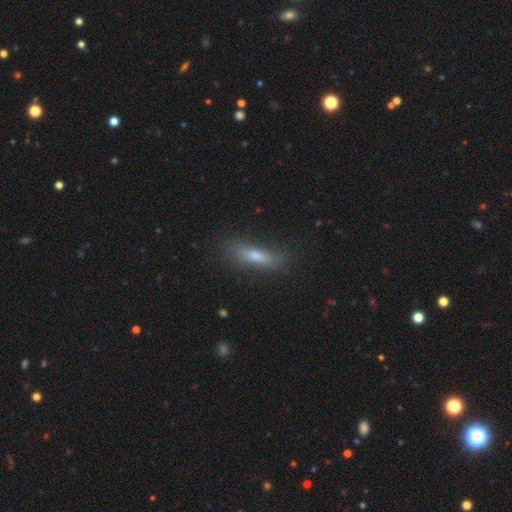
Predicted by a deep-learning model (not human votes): smooth 62%, featured or disk 27%, star or artifact 11%. Down the decision tree: how rounded — cigar-shaped (65%); merging — none (73%).